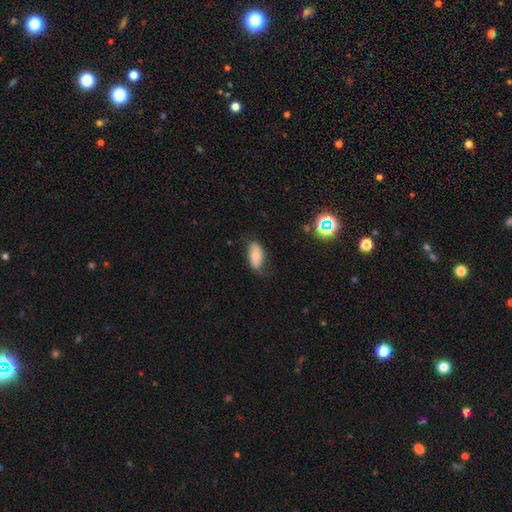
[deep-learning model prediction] Q: Smooth or featured?
A: smooth (70%); runner-up: featured or disk (21%)
Q: How rounded?
A: in between (91%); runner-up: cigar-shaped (5%)
Q: Merging?
A: none (58%); runner-up: minor disturbance (30%)